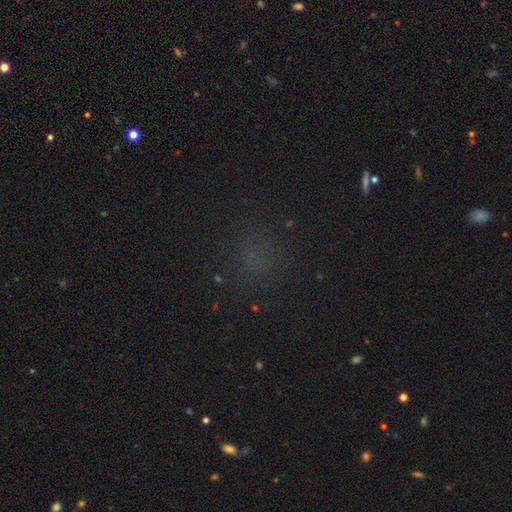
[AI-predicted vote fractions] Smooth or featured?
  - smooth: 50% *
  - star or artifact: 42%
  - featured or disk: 8%
How rounded?
  - round: 83% *
  - in between: 15%
  - cigar-shaped: 2%
Merging?
  - none: 84% *
  - minor disturbance: 9%
  - major disturbance: 5%
  - merger: 2%